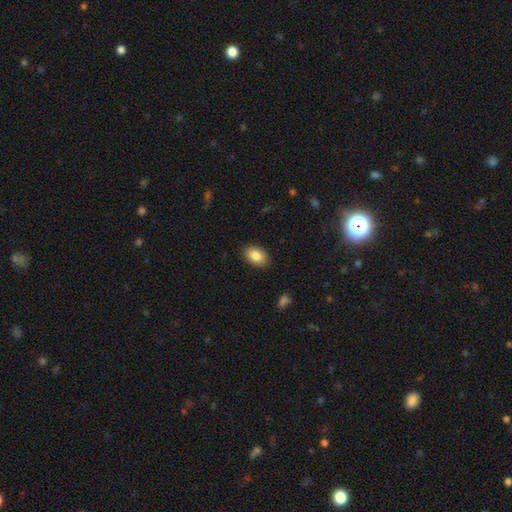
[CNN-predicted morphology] Smooth or featured? Predicted: smooth (p=0.86). How rounded? Predicted: in between (p=0.87). Merging? Predicted: none (p=0.88).